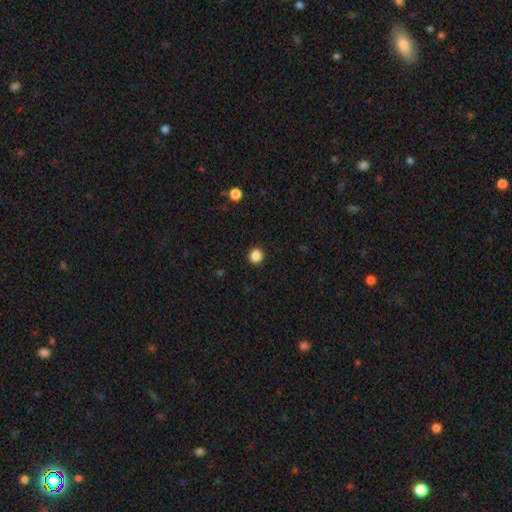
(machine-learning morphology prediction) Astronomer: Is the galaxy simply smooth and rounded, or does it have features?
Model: smooth — 86%.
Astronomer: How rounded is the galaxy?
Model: round — 93%.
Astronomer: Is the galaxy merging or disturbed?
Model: none — 93%.